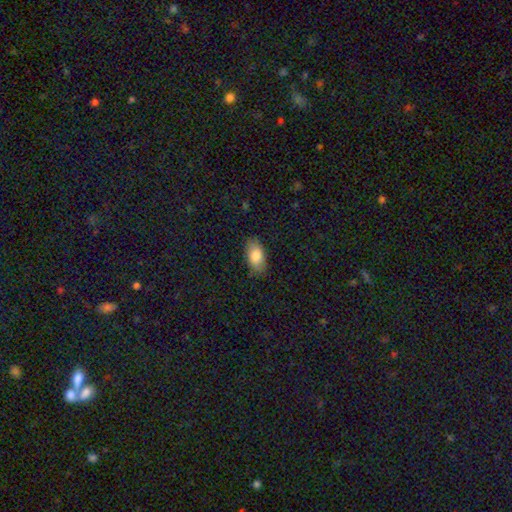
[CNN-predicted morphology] Smooth or featured? Predicted: smooth (p=0.83). How rounded? Predicted: in between (p=0.92). Merging? Predicted: none (p=0.85).